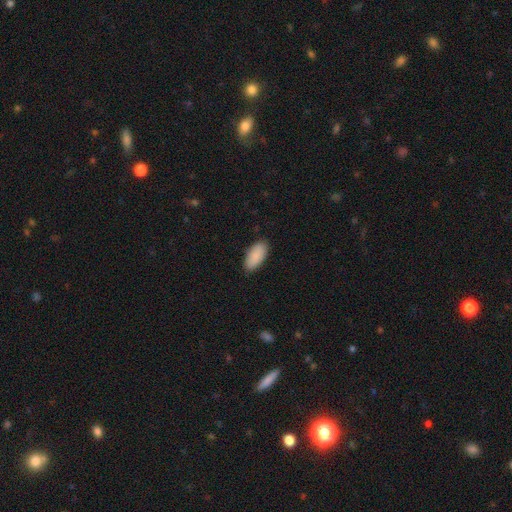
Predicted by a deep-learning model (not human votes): Overall: smooth (90%). How rounded: in between (92%). Merging: none (85%).